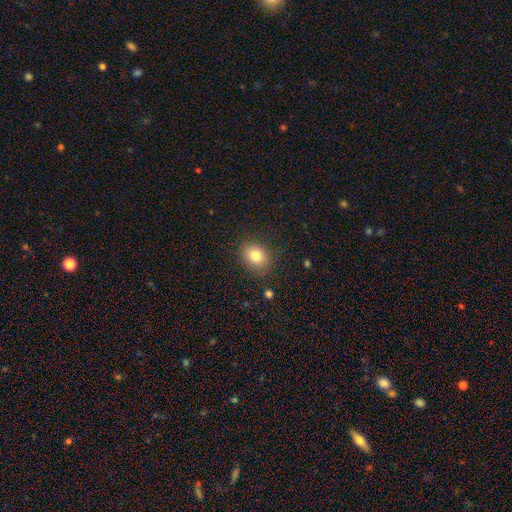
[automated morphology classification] The model was most divided on "how rounded": round: 52%, in between: 47%, cigar-shaped: 1%. More confident: merging — none (86%); smooth or featured — smooth (81%).